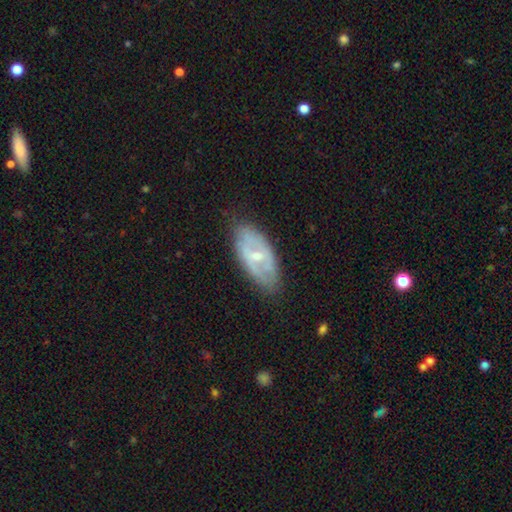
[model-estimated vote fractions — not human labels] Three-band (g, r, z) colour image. It shows a featured or disk galaxy (65%) with a weak bar (46%), spiral arms (53%) and a small central bulge (53%). Merging: none (74%).